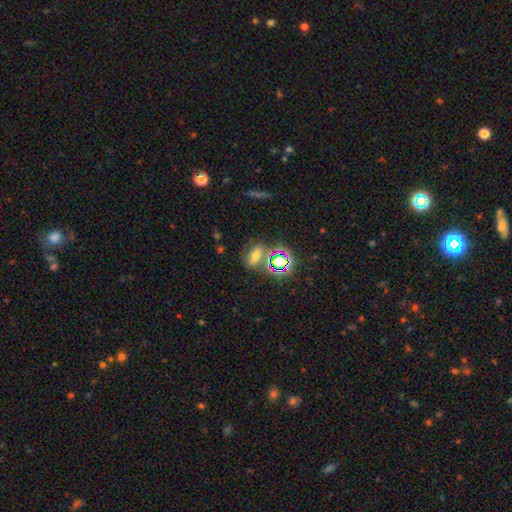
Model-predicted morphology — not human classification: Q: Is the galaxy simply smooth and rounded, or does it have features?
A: smooth — 48%.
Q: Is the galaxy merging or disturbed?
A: none — 62%.